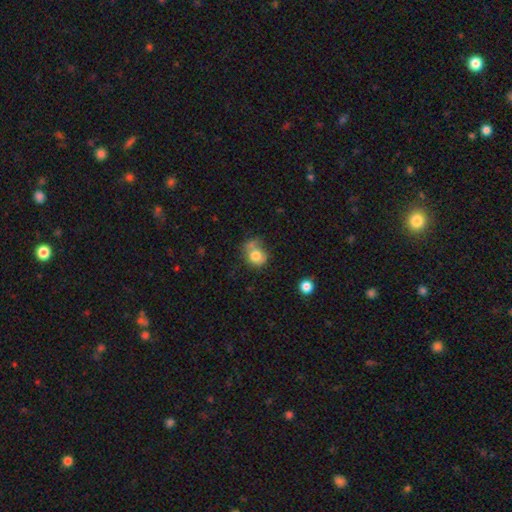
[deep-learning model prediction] The model was most divided on "merging": none: 41%, merger: 27%, minor disturbance: 21%, major disturbance: 11%. More confident: smooth or featured — smooth (77%); how rounded — round (68%).